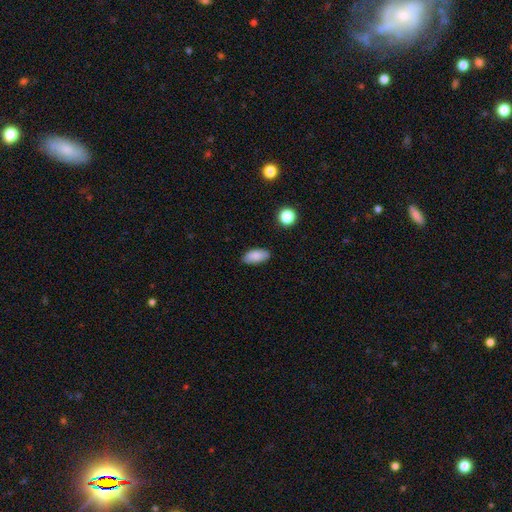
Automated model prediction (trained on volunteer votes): Smooth or featured? Predicted: smooth (p=0.86). How rounded? Predicted: in between (p=0.91). Merging? Predicted: none (p=0.85).